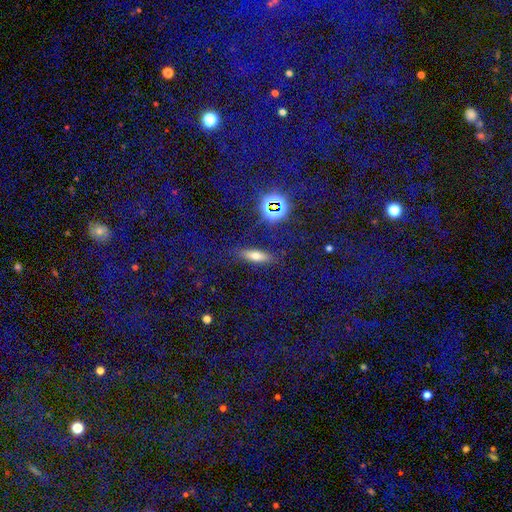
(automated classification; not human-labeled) This appears to be a smooth galaxy with no disk features (56%) that is cigar-shaped (57%). Merging: none (85%).